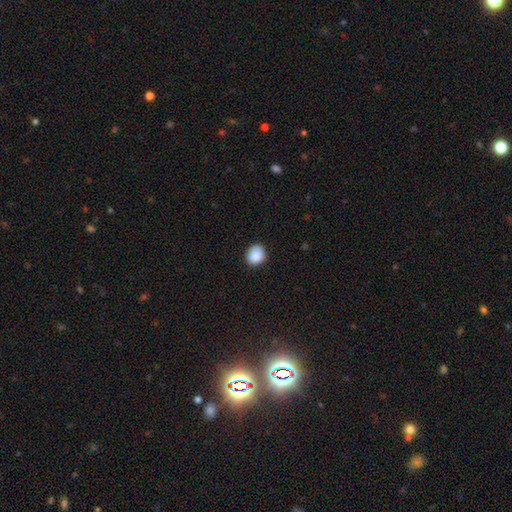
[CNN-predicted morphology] The model was most divided on "how rounded": round: 71%, in between: 28%, cigar-shaped: 1%. More confident: smooth or featured — smooth (87%); merging — none (83%).